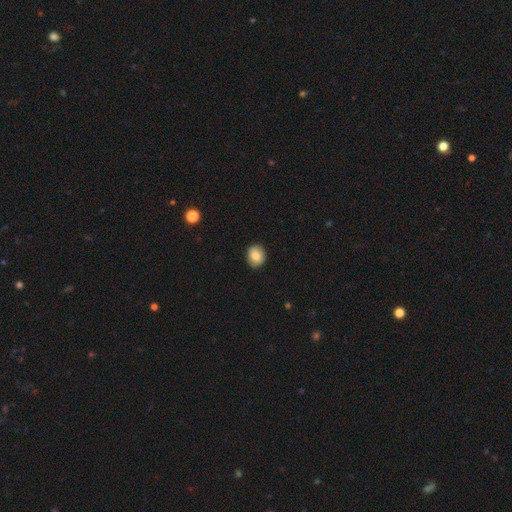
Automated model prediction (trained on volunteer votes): This appears to be a smooth galaxy with no disk features (83%) that is round (63%). Merging: none (87%).